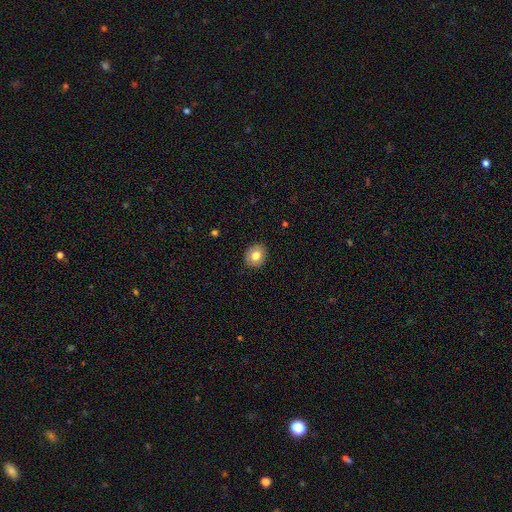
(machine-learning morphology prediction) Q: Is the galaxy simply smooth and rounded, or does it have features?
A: smooth — 76%.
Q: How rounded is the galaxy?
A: round — 68%.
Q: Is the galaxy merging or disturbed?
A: none — 87%.